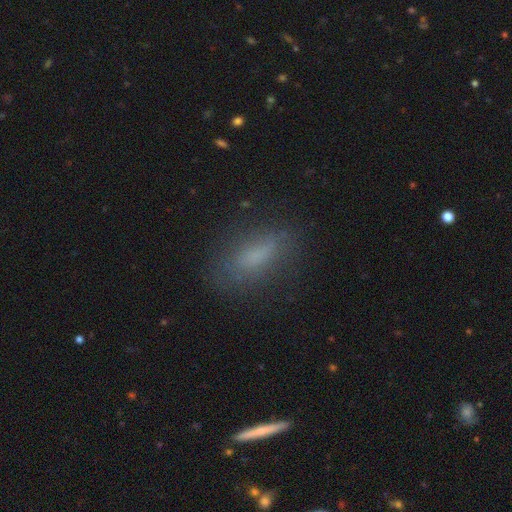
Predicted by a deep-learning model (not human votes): Smooth or featured? Predicted: smooth (p=0.70). How rounded? Predicted: in between (p=0.65). Merging? Predicted: none (p=0.76).